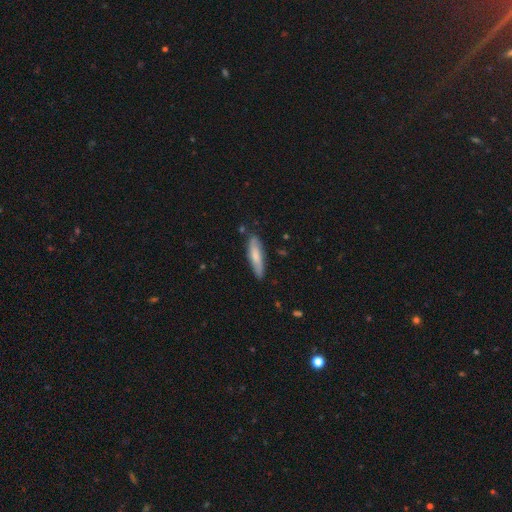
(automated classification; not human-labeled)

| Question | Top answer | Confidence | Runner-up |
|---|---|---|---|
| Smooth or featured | smooth | 71% | featured or disk (24%) |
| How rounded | cigar-shaped | 75% | in between (24%) |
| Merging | none | 81% | minor disturbance (15%) |